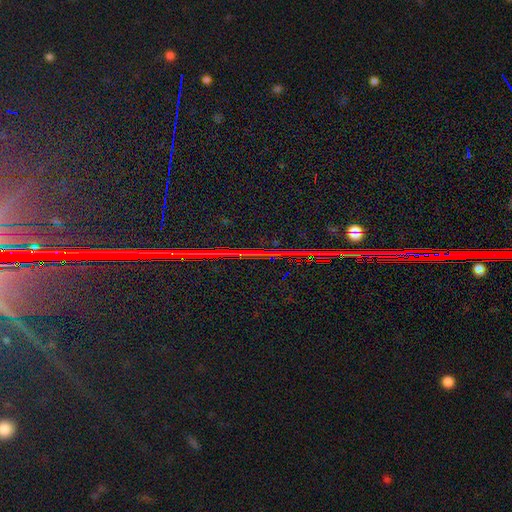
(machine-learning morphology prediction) This appears to be a star or artifact, not a galaxy (87%).